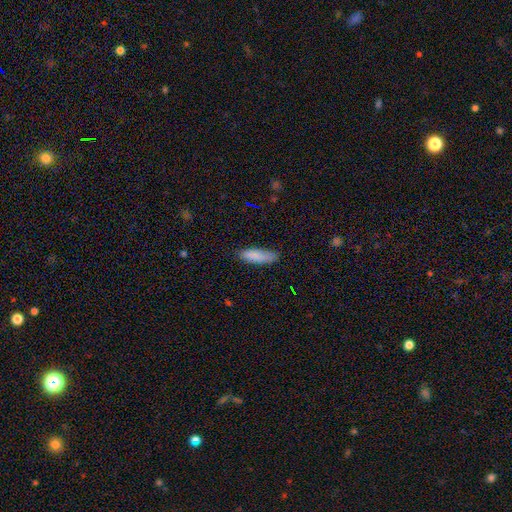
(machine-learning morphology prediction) A smooth galaxy with no disk features (86%) that is cigar-shaped (51%).

Vote fractions:
- Smooth or featured? smooth: 86% / featured or disk: 7% / star or artifact: 7%
- How rounded? cigar-shaped: 51% / in between: 47% / round: 2%
- Merging? none: 78% / minor disturbance: 18% / major disturbance: 3% / merger: 1%